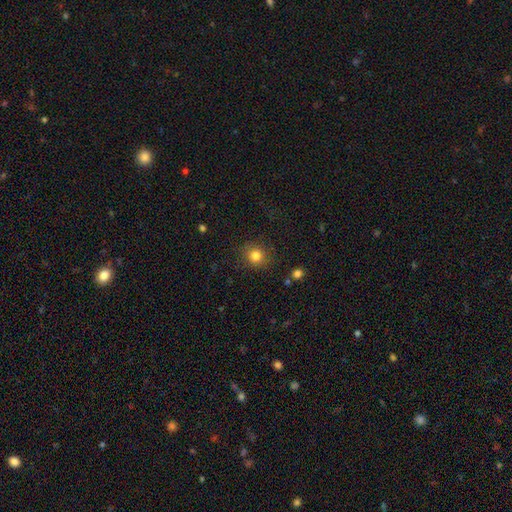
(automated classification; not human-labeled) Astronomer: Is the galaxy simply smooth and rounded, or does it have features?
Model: smooth — 81%.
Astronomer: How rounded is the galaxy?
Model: round — 85%.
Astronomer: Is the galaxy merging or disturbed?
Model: none — 87%.